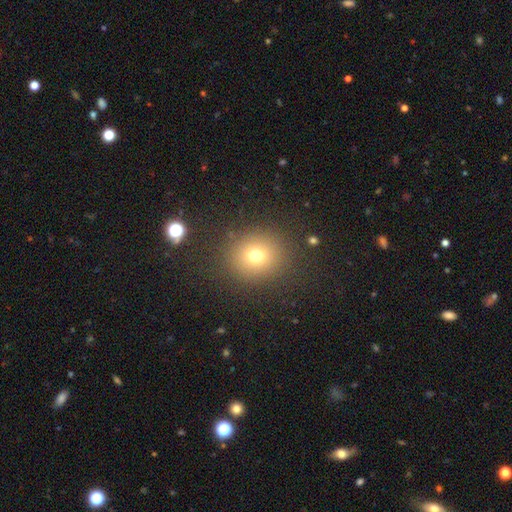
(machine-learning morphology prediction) Smooth or featured? smooth (72%)
How rounded? round (86%)
Merging? none (87%)